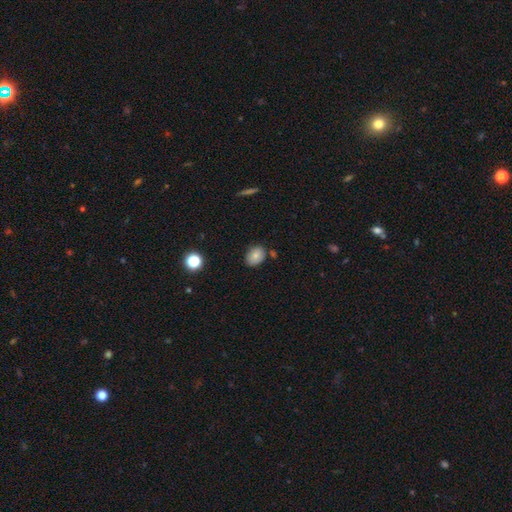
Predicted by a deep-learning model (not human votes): Morphology: type=smooth (80%); roundness=in between (66%); merging=none (76%).